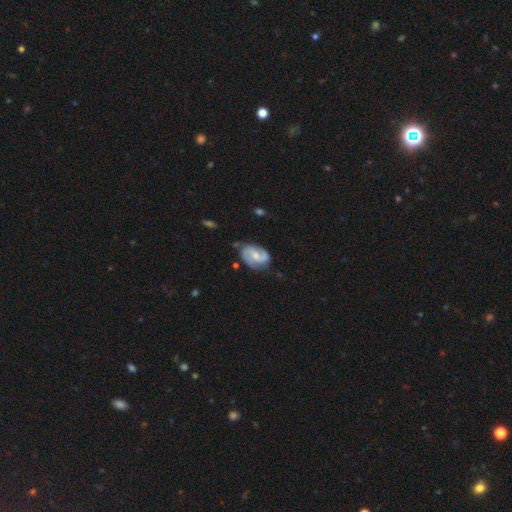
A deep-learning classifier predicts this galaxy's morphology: Smooth or featured? featured or disk (72%)
Edge-on disk? no (97%)
Bar? no (46%)
Spiral arms? yes (92%)
Spiral winding? medium (46%)
Spiral arm count? 2 (81%)
Bulge size? moderate (52%)
Merging? none (64%)